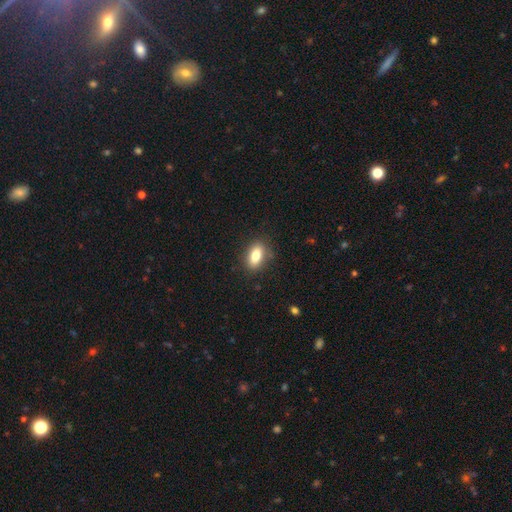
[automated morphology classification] This is clearly a smooth galaxy (82%). How rounded: clearly in between (86%). Merging: clearly none (85%).